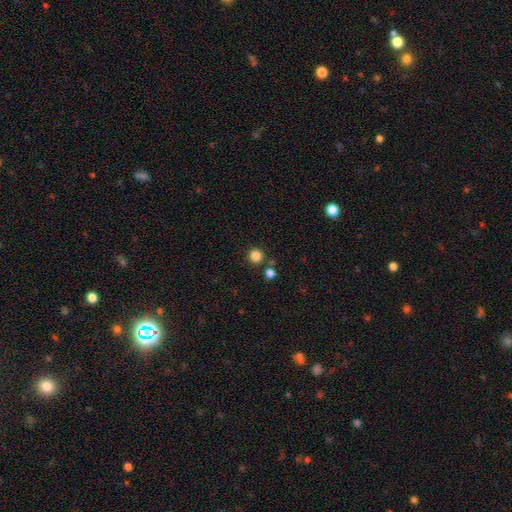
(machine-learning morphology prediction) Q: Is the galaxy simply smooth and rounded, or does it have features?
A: smooth — 84%.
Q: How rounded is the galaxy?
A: round — 94%.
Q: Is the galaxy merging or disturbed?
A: none — 82%.